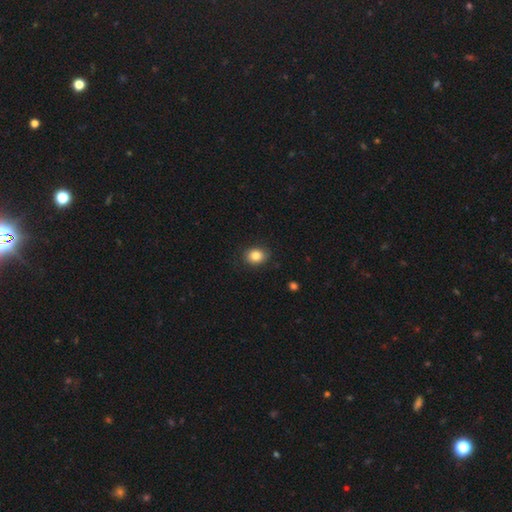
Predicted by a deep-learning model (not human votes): smooth-or-featured: smooth: 85% | star or artifact: 9% | featured or disk: 6%
  how-rounded: round: 51% | in between: 48% | cigar-shaped: 1%
  merging: none: 85% | minor disturbance: 11% | major disturbance: 3% | merger: 1%